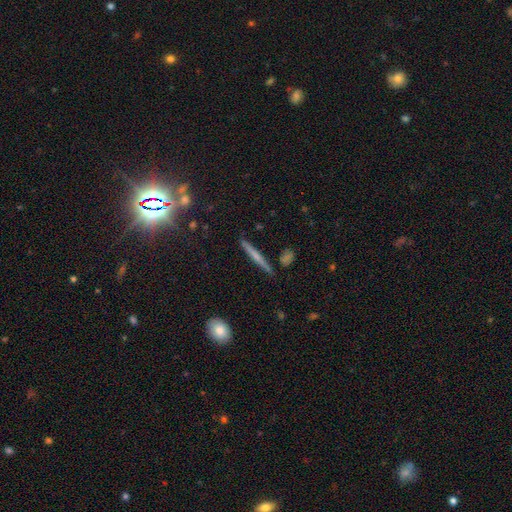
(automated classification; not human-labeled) featured or disk 49%, smooth 42%, star or artifact 8%. Down the decision tree: merging — none (87%).